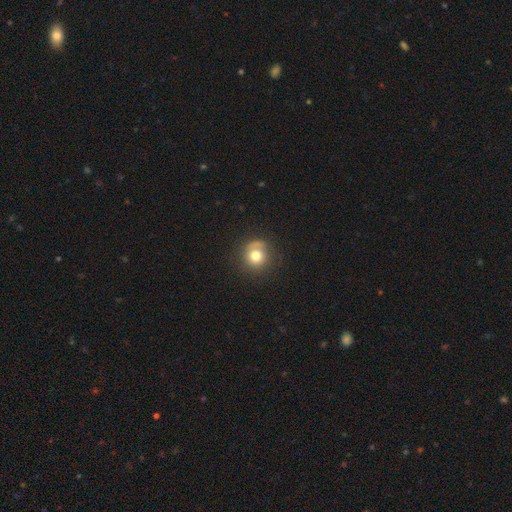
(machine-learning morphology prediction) A smooth galaxy with no disk features (71%) that is round (91%).

Vote fractions:
- Smooth or featured? smooth: 71% / featured or disk: 18% / star or artifact: 11%
- How rounded? round: 91% / in between: 8% / cigar-shaped: 1%
- Merging? none: 70% / minor disturbance: 18% / major disturbance: 9% / merger: 3%